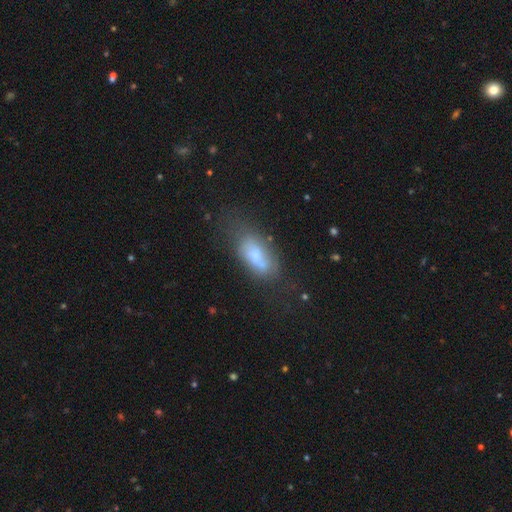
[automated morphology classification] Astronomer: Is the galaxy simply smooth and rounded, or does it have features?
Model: smooth — 62%.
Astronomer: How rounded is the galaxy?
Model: in between — 85%.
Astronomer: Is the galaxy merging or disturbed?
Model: none — 43% (runner-up: minor disturbance, 27%).